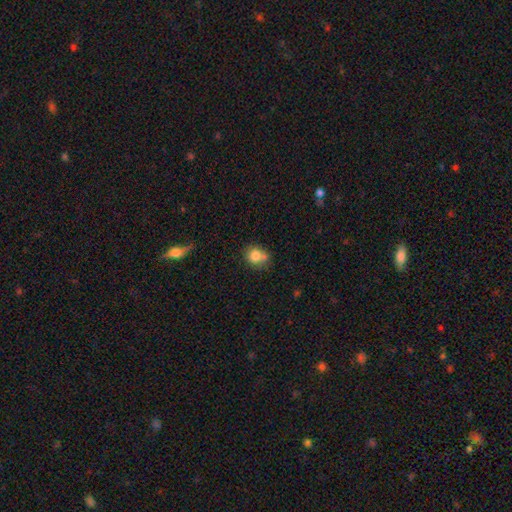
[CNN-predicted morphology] smooth-or-featured: smooth: 79% | featured or disk: 11% | star or artifact: 10%
  how-rounded: round: 73% | in between: 26% | cigar-shaped: 1%
  merging: none: 53% | merger: 22% | minor disturbance: 19% | major disturbance: 6%